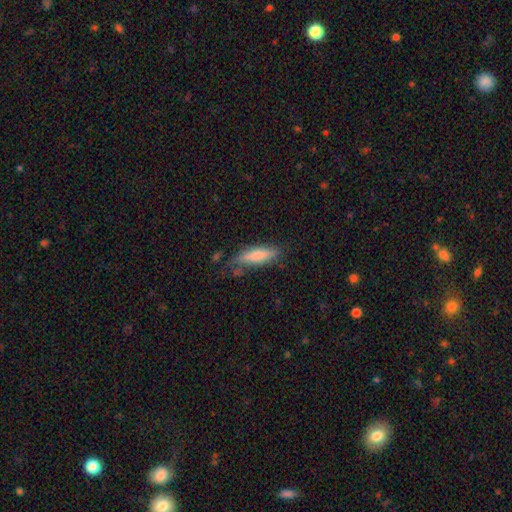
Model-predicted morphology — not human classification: type=smooth (73%); roundness=cigar-shaped (63%); merging=none (63%).